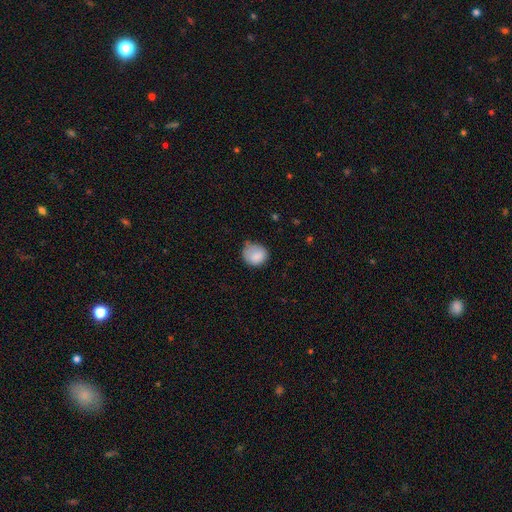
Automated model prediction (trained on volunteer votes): A smooth galaxy with no disk features (85%) that is round (77%).

Vote fractions:
- Smooth or featured? smooth: 85% / star or artifact: 8% / featured or disk: 7%
- How rounded? round: 77% / in between: 23% / cigar-shaped: 1%
- Merging? none: 60% / minor disturbance: 30% / major disturbance: 8% / merger: 2%